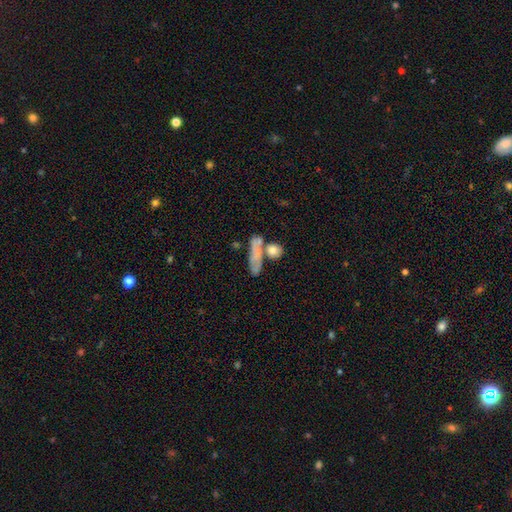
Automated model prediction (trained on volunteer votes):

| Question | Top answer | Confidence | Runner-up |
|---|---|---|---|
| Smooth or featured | smooth | 61% | featured or disk (28%) |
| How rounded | cigar-shaped | 47% | in between (34%) |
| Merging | none | 45% | merger (27%) |